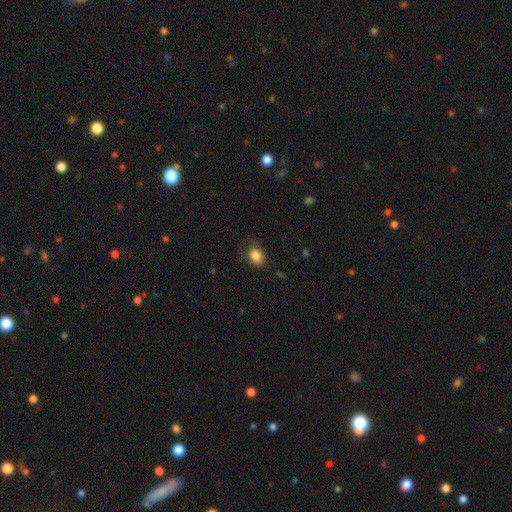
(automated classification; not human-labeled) Morphology: type=smooth (83%); roundness=in between (70%); merging=none (61%).